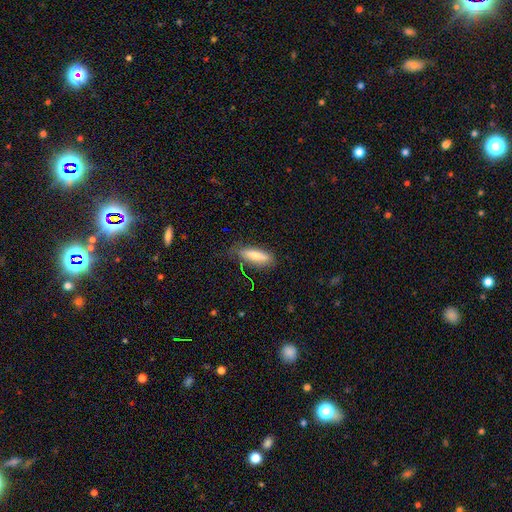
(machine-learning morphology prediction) Smooth or featured? smooth (70%)
How rounded? in between (49%, tied with cigar-shaped)
Merging? none (72%)